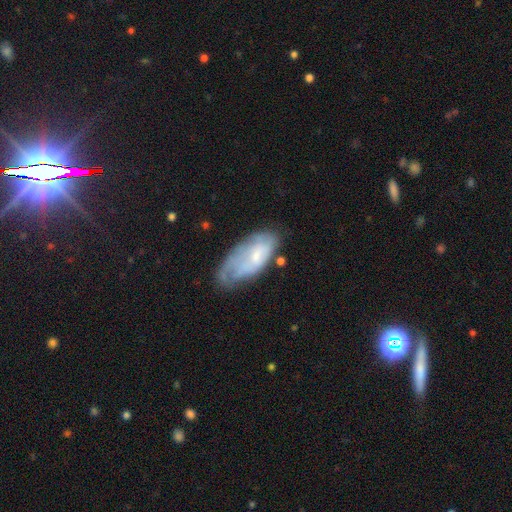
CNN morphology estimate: The model was most divided on "smooth or featured": featured or disk: 50%, smooth: 43%, star or artifact: 7%. Remaining: merging — none (43%).